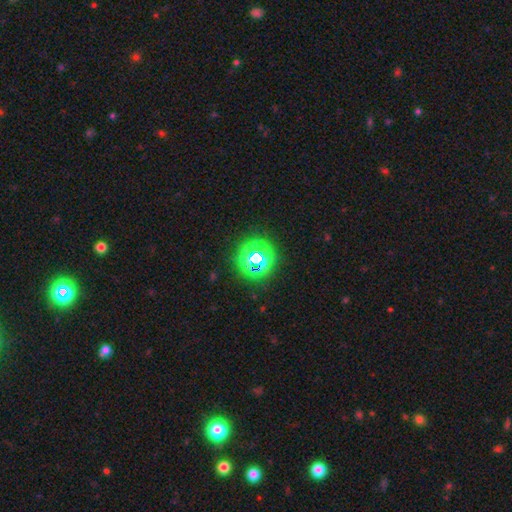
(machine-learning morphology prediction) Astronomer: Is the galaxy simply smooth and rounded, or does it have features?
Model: smooth — 49% (runner-up: star or artifact, 46%).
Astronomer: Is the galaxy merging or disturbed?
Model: none — 91%.